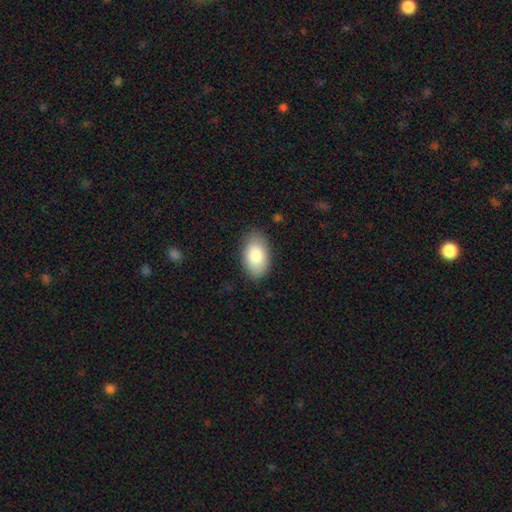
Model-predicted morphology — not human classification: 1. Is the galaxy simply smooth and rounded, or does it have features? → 85% smooth, 9% featured or disk, 6% star or artifact.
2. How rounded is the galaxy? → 93% in between, 6% round, 1% cigar-shaped.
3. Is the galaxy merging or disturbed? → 83% none, 13% minor disturbance, 3% major disturbance, 1% merger.